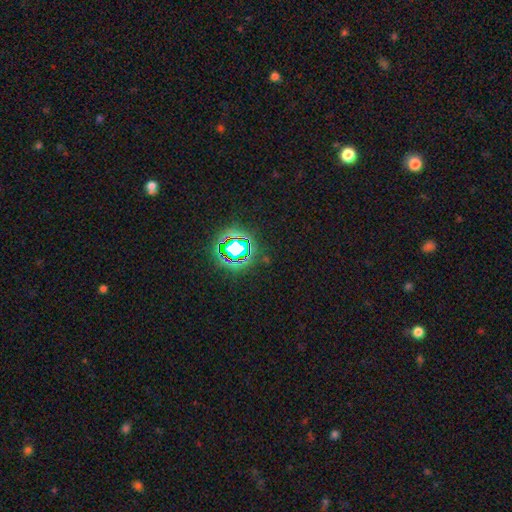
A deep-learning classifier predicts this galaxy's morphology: star or artifact 81%, smooth 12%, featured or disk 7%.